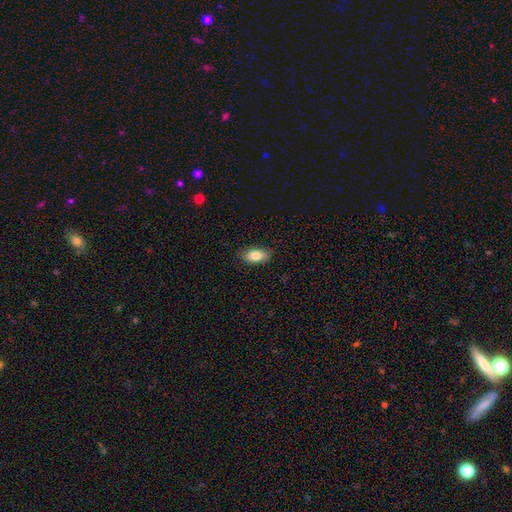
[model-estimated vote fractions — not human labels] smooth-or-featured: smooth: 83% | featured or disk: 10% | star or artifact: 7%
  how-rounded: in between: 91% | cigar-shaped: 5% | round: 4%
  merging: none: 85% | minor disturbance: 12% | major disturbance: 2% | merger: 1%